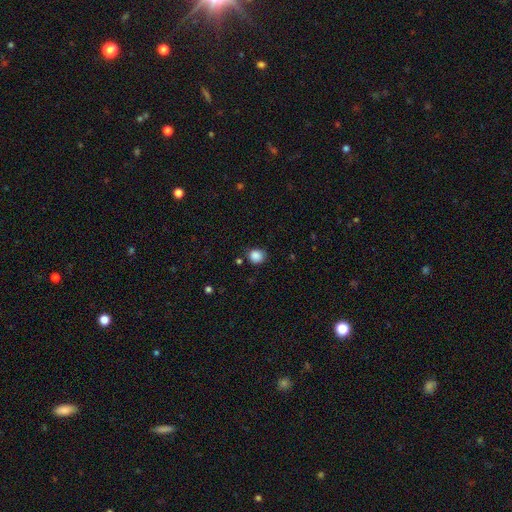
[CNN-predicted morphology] This is clearly a smooth galaxy (86%). How rounded: clearly round (80%). Merging: likely none (76%).